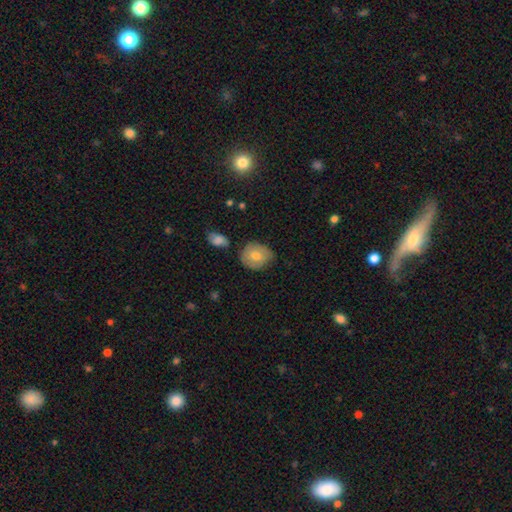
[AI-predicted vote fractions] Morphology: type=smooth (70%); roundness=round (74%); merging=none (72%).